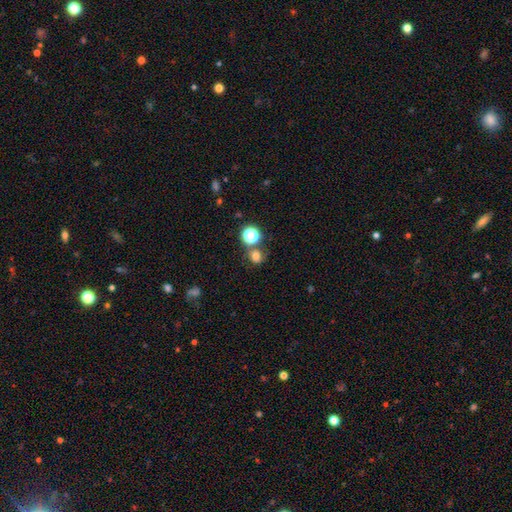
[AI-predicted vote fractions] Smooth or featured: smooth — 71% (star or artifact — 20%)
How rounded: round — 82% (in between — 17%)
Merging: none — 64% (merger — 19%)